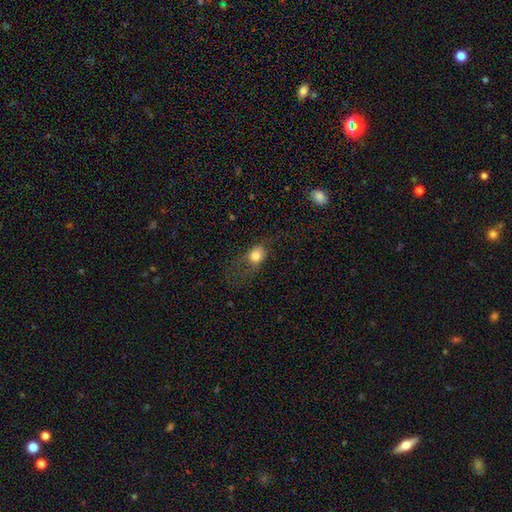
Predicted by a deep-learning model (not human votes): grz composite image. It shows a smooth galaxy with no disk features (77%) that is round (50%). Merging: none (42%).